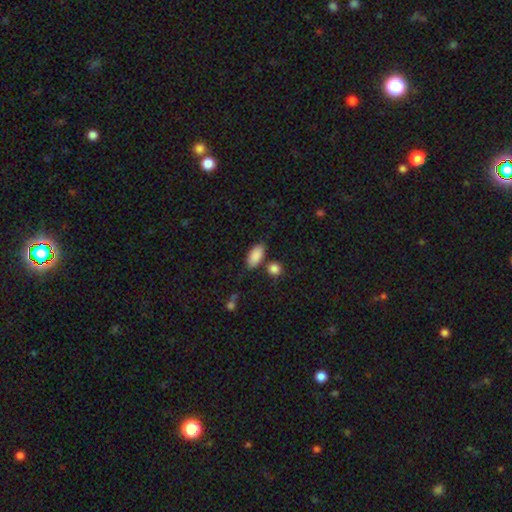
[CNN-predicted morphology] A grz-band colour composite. It shows a smooth galaxy with no disk features (88%) that is in between round and cigar-shaped (90%). Merging: none (75%).